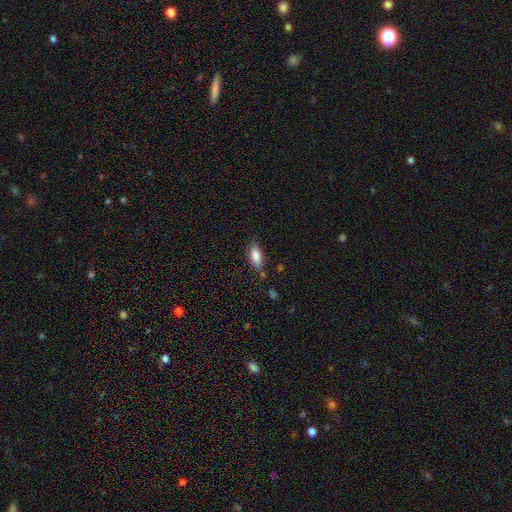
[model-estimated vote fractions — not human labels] Smooth or featured: smooth — 77% (featured or disk — 15%)
How rounded: in between — 74% (cigar-shaped — 23%)
Merging: none — 69% (minor disturbance — 22%)